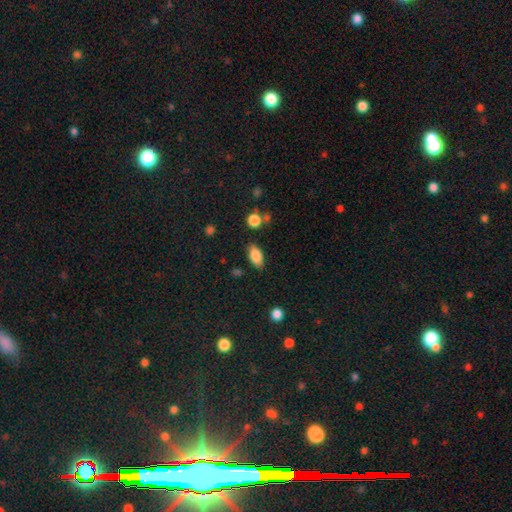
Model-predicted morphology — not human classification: Overall: smooth (84%). How rounded: in between (90%). Merging: none (82%).